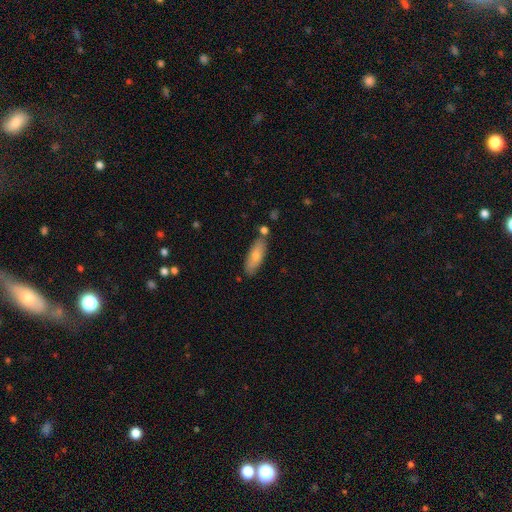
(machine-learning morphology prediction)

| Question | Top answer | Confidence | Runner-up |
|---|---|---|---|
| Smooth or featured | smooth | 73% | featured or disk (21%) |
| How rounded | in between | 65% | cigar-shaped (33%) |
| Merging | none | 72% | minor disturbance (16%) |